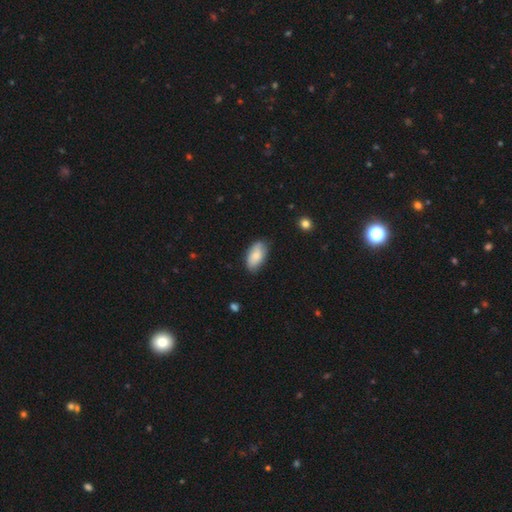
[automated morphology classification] Smooth or featured?
  - smooth: 80% *
  - featured or disk: 14%
  - star or artifact: 6%
How rounded?
  - in between: 94% *
  - cigar-shaped: 3%
  - round: 3%
Merging?
  - none: 77% *
  - minor disturbance: 19%
  - major disturbance: 3%
  - merger: 1%